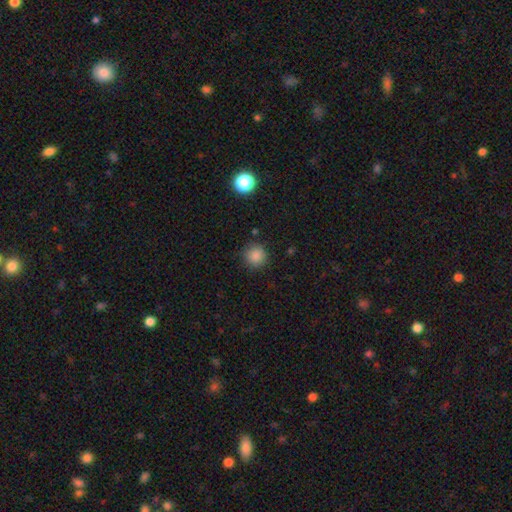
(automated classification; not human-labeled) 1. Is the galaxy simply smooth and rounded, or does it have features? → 85% smooth, 11% star or artifact, 4% featured or disk.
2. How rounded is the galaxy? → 93% round, 6% in between, 1% cigar-shaped.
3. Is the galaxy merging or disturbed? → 87% none, 9% minor disturbance, 3% major disturbance, 2% merger.